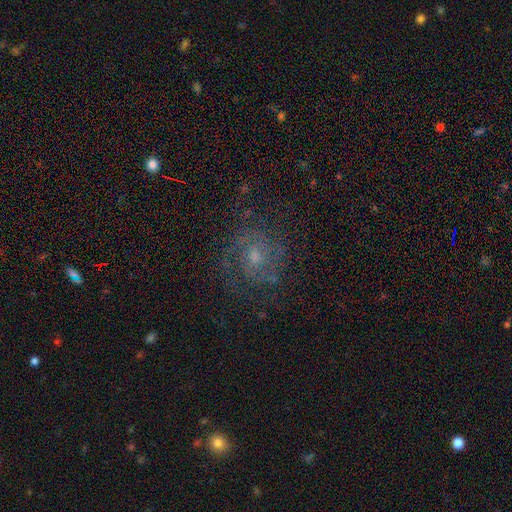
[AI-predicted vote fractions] Overall: featured or disk (74%). Edge-on disk: no (98%). Bar: no (60%; weak 34%). Spiral arms: yes (91%). Spiral arm count: 2 (54%; can't tell 24%). Spiral winding: tight (49%; medium 40%). Bulge size: moderate (47%; small 44%). Merging: none (73%).